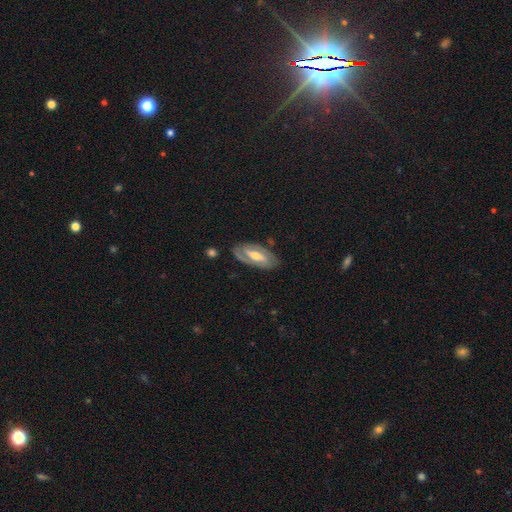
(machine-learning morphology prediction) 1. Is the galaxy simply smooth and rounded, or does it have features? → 77% featured or disk, 18% smooth, 5% star or artifact.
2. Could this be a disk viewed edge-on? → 90% no, 10% yes.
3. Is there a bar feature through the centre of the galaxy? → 47% strong, 35% weak, 18% no.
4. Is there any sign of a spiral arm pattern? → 85% yes, 15% no.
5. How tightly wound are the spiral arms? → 49% tight, 38% medium, 13% loose.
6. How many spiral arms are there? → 80% 2, 12% can't tell, 4% 1, 2% 3, 1% 4, 1% more than 4.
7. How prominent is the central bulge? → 61% moderate, 32% small, 4% large, 1% none, 1% dominant.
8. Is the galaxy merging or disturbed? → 80% none, 14% minor disturbance, 4% major disturbance, 2% merger.